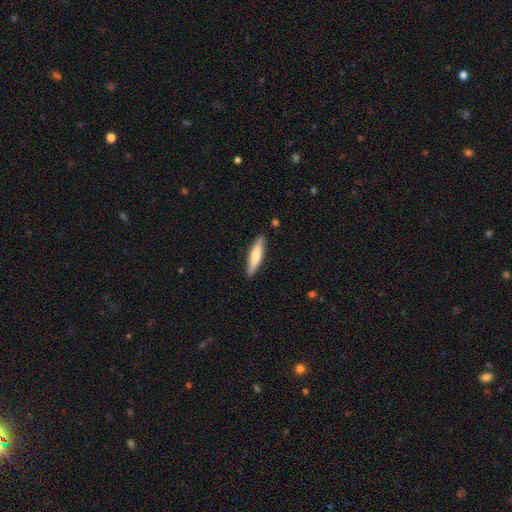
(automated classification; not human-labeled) smooth-or-featured: smooth: 68% | featured or disk: 27% | star or artifact: 5%
  how-rounded: cigar-shaped: 84% | in between: 15% | round: 1%
  merging: none: 88% | minor disturbance: 9% | major disturbance: 2% | merger: 2%